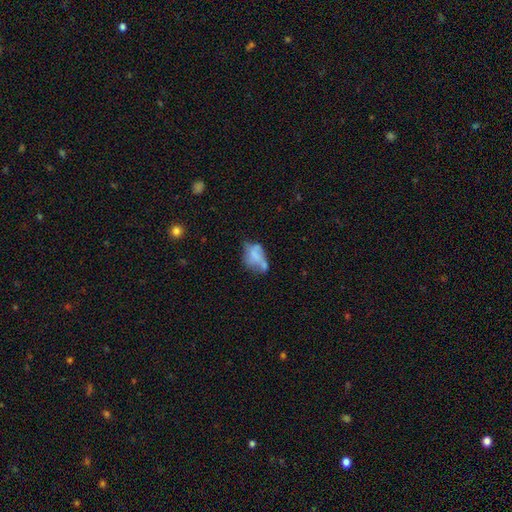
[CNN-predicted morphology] Smooth or featured: smooth — 53% (featured or disk — 36%)
How rounded: in between — 83% (round — 15%)
Merging: none — 27% (major disturbance — 26%)